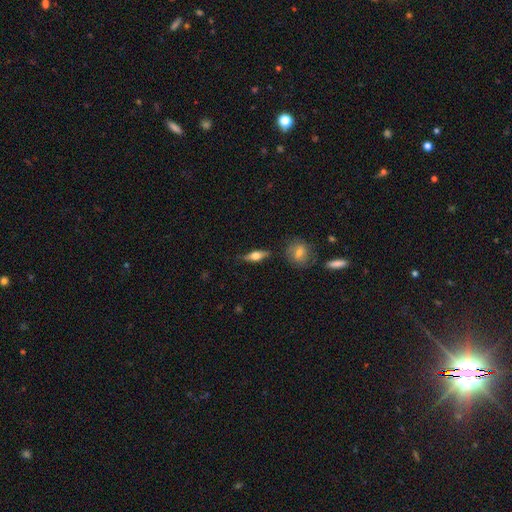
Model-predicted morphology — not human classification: This is possibly a smooth galaxy (51%). How rounded: possibly in between (54%). Merging: clearly none (81%).